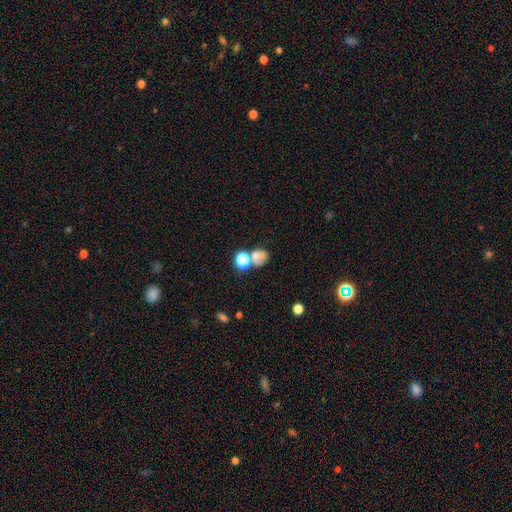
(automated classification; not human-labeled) Q: Smooth or featured?
A: smooth (59%); runner-up: star or artifact (21%)
Q: How rounded?
A: round (58%); runner-up: in between (41%)
Q: Merging?
A: merger (41%); runner-up: none (37%)